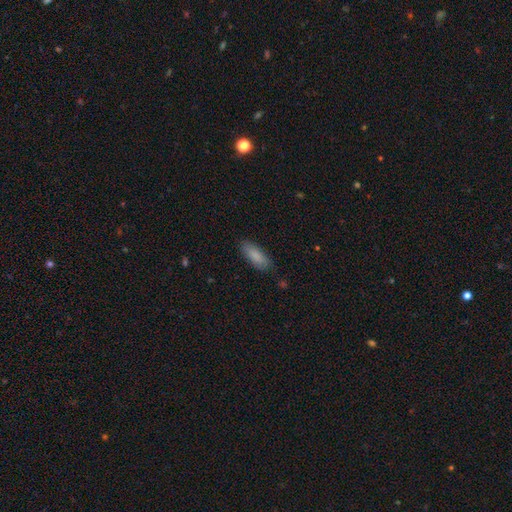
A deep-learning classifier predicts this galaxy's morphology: smooth_or_featured: smooth (p=0.87) [alt: featured or disk p=0.07]
how_rounded: in between (p=0.71) [alt: cigar-shaped p=0.28]
merging: none (p=0.84) [alt: minor disturbance p=0.12]